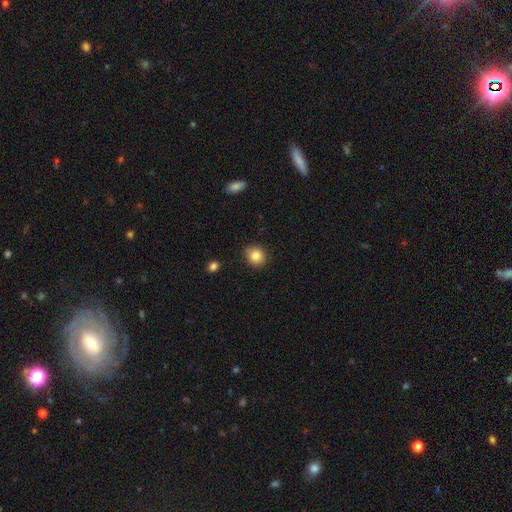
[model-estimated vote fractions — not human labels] Overall: smooth (84%). How rounded: round (77%). Merging: none (86%).